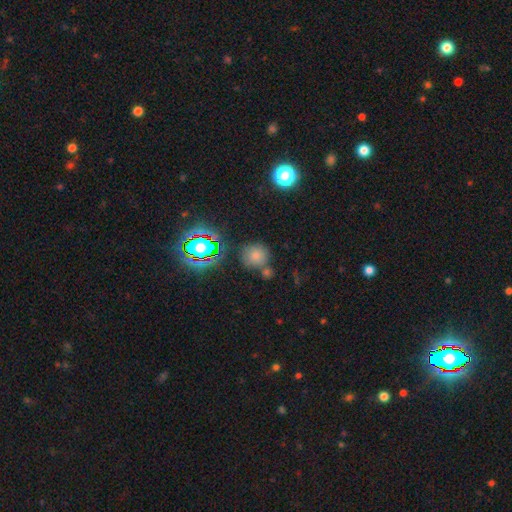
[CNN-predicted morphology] Smooth or featured? smooth (67%)
How rounded? round (88%)
Merging? none (69%)